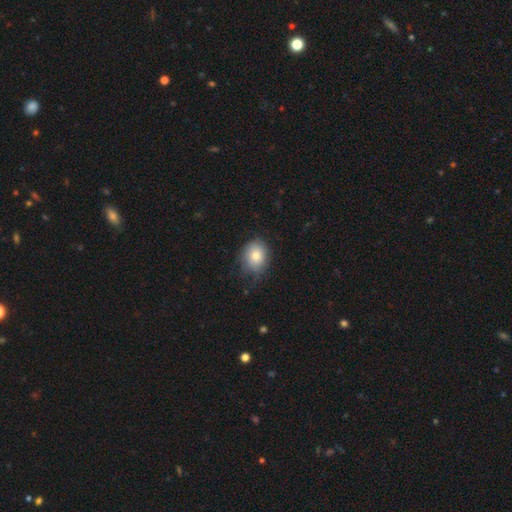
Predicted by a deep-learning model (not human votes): Morphology: type=smooth (80%); roundness=round (54%); merging=none (64%).